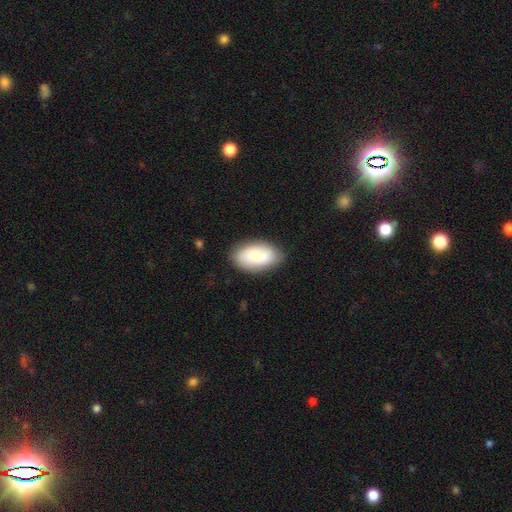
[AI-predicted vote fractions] This is likely a smooth galaxy (68%). How rounded: clearly in between (93%). Merging: likely none (80%).